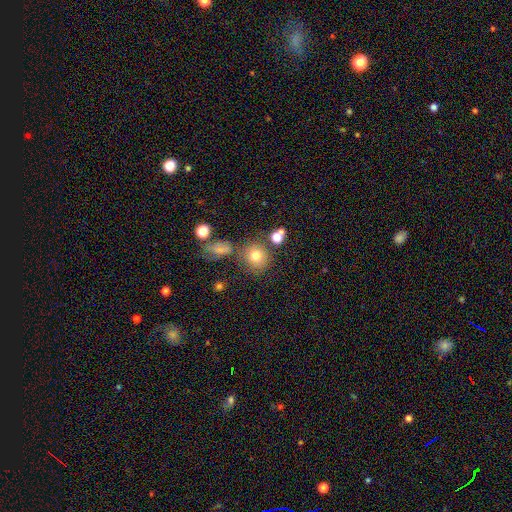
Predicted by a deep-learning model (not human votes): A smooth galaxy with no disk features (73%) that is round (86%). Merging: none (70%).